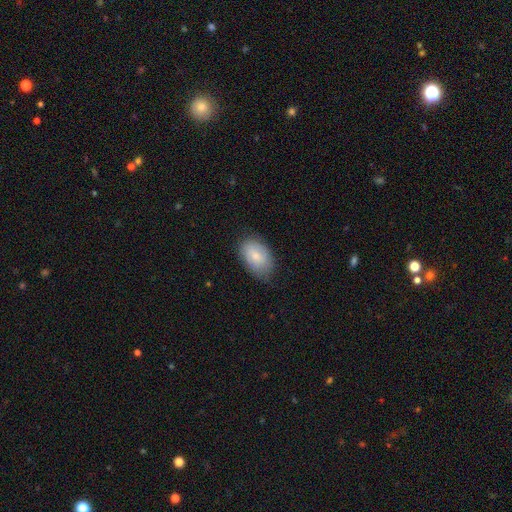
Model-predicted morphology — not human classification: smooth_or_featured: smooth (p=0.73) [alt: featured or disk p=0.21]
how_rounded: in between (p=0.91) [alt: round p=0.07]
merging: none (p=0.72) [alt: minor disturbance p=0.22]